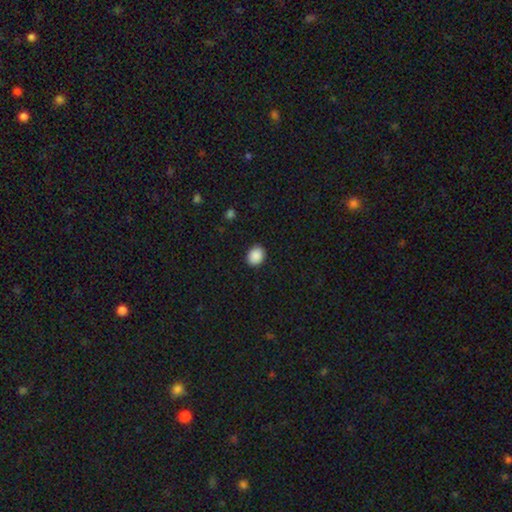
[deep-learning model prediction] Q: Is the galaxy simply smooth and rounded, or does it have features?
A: smooth — 90%.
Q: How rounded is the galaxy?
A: round — 52%.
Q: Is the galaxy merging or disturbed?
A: none — 90%.